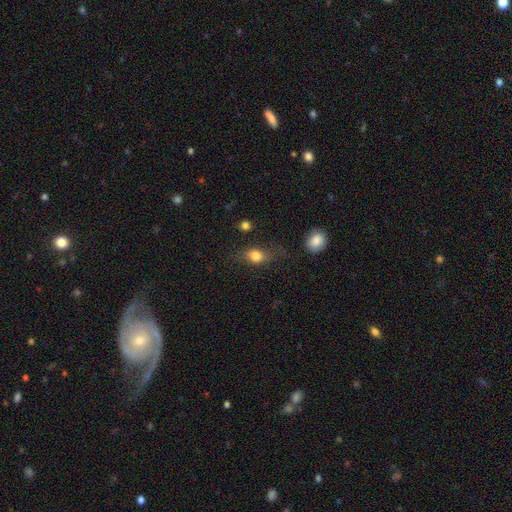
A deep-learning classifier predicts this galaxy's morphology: The model was most divided on "how rounded": in between: 63%, round: 31%, cigar-shaped: 6%. More confident: smooth or featured — smooth (77%); merging — none (62%).